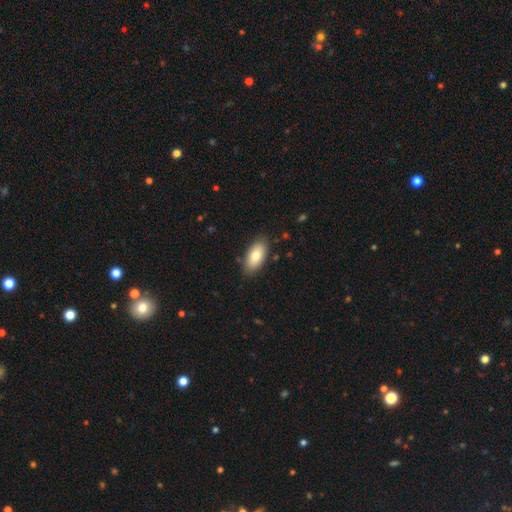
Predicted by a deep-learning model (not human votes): smooth_or_featured: smooth (p=0.80) [alt: featured or disk p=0.14]
how_rounded: in between (p=0.92) [alt: cigar-shaped p=0.05]
merging: none (p=0.84) [alt: minor disturbance p=0.12]